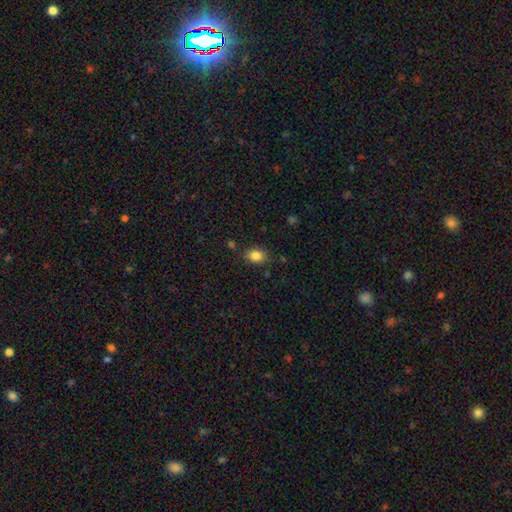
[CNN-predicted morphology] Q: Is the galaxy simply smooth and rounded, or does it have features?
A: smooth — 85%.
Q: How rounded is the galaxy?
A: in between — 67%.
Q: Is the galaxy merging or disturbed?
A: none — 80%.